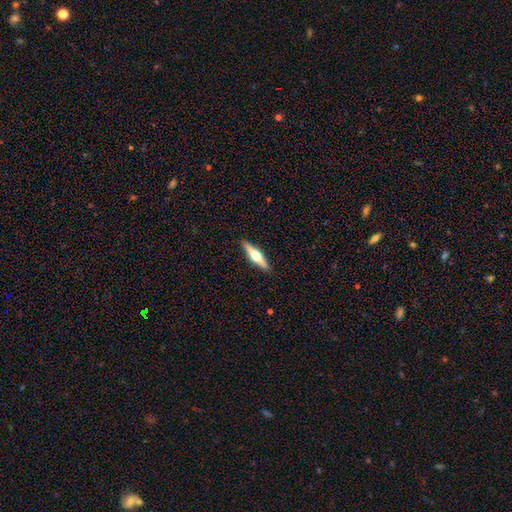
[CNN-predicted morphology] This is likely a featured or disk galaxy (67%). It is clearly viewed edge-on (97%). Edge-on bulge: clearly rounded (95%). Merging: clearly none (91%).